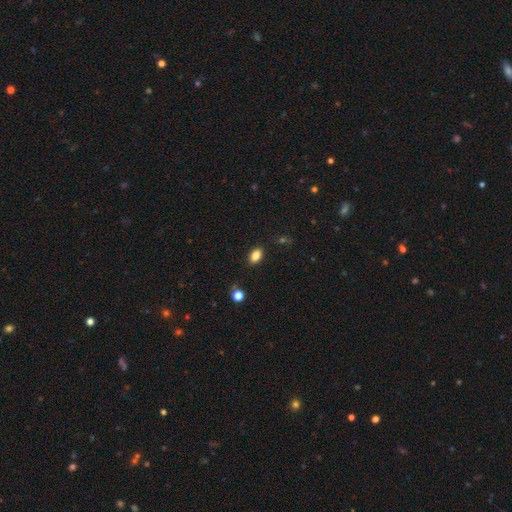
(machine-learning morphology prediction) This is clearly a smooth galaxy (85%). How rounded: clearly in between (86%). Merging: clearly none (85%).